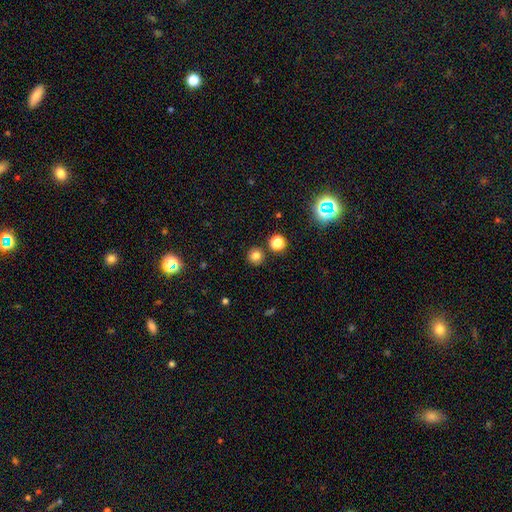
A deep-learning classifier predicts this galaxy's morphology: Smooth or featured? smooth (79%)
How rounded? round (93%)
Merging? none (87%)